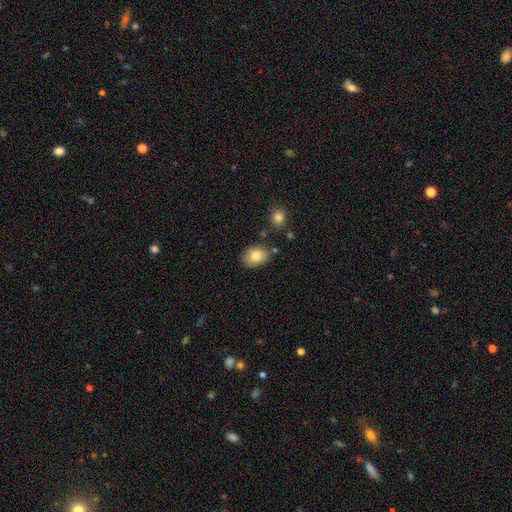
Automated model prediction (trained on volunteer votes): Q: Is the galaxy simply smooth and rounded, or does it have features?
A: smooth — 83%.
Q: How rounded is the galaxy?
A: in between — 70%.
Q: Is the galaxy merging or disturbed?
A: none — 78%.